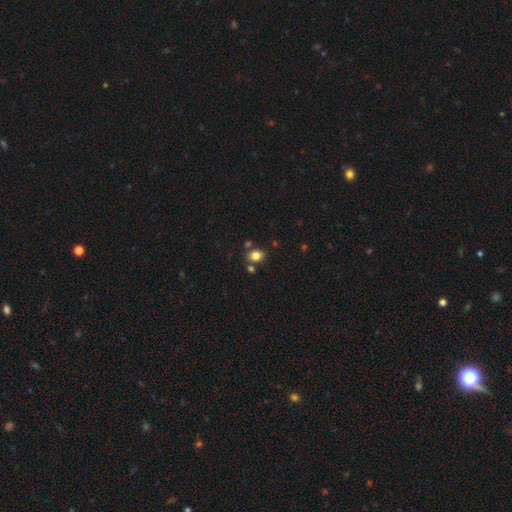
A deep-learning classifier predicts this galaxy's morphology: Q: Smooth or featured?
A: smooth (82%); runner-up: star or artifact (11%)
Q: How rounded?
A: in between (53%); runner-up: round (46%)
Q: Merging?
A: none (75%); runner-up: merger (11%)